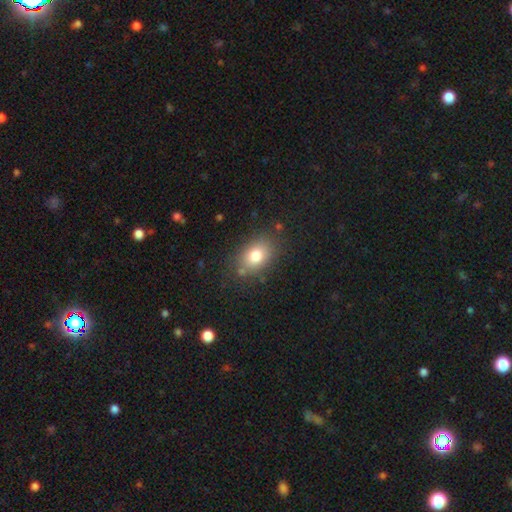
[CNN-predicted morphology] This is likely a smooth galaxy (79%). How rounded: likely in between (77%). Merging: likely none (78%).